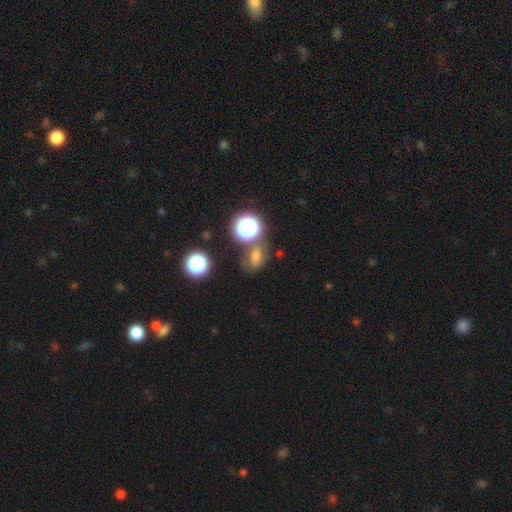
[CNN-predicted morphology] smooth 56%, star or artifact 29%, featured or disk 15%. Down the decision tree: how rounded — in between (59%); merging — none (62%).